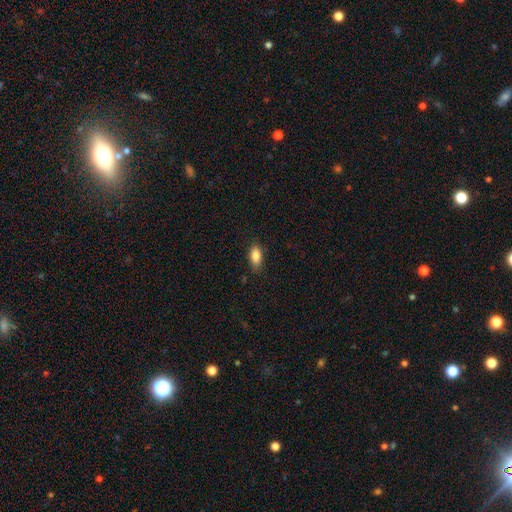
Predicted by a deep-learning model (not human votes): Q: Smooth or featured?
A: smooth (86%); runner-up: star or artifact (8%)
Q: How rounded?
A: in between (88%); runner-up: cigar-shaped (7%)
Q: Merging?
A: none (82%); runner-up: minor disturbance (14%)